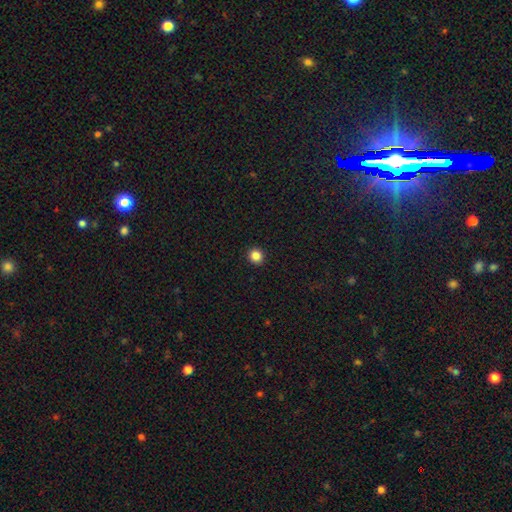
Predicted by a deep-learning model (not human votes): Overall: smooth (85%). How rounded: round (92%). Merging: none (94%).